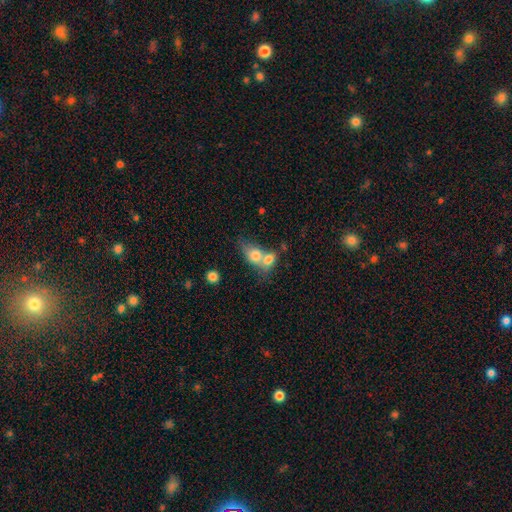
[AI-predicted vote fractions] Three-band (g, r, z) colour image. It shows a smooth galaxy with no disk features (74%) that is in between round and cigar-shaped (62%). Merging: merger (73%).